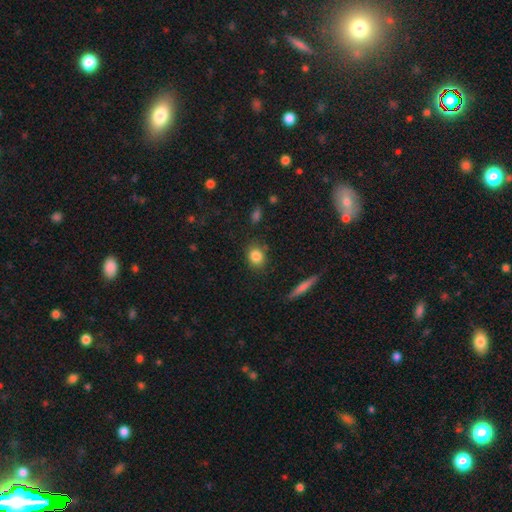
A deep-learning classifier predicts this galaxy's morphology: Smooth or featured?
  - smooth: 84% *
  - star or artifact: 9%
  - featured or disk: 7%
How rounded?
  - round: 58% *
  - in between: 40%
  - cigar-shaped: 3%
Merging?
  - none: 80% *
  - minor disturbance: 13%
  - merger: 4%
  - major disturbance: 3%